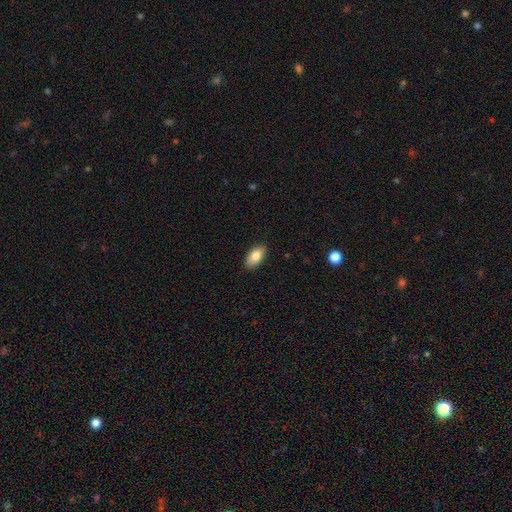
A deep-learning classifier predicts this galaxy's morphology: This appears to be a smooth galaxy with no disk features (83%) that is in between round and cigar-shaped (93%). Merging: none (88%).